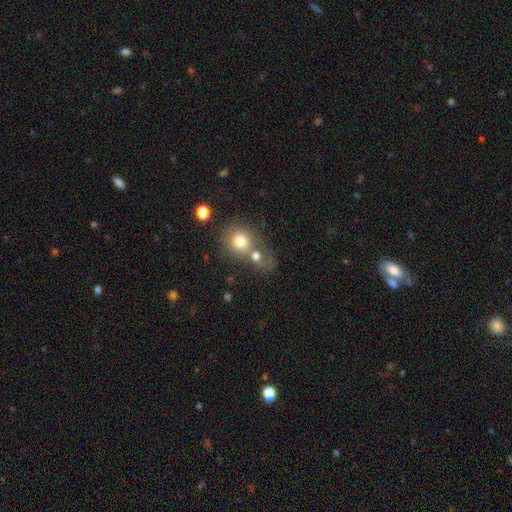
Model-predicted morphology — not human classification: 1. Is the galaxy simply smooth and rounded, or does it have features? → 70% smooth, 18% featured or disk, 11% star or artifact.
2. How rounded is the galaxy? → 68% round, 30% in between, 2% cigar-shaped.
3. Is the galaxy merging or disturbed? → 57% merger, 27% none, 8% minor disturbance, 8% major disturbance.